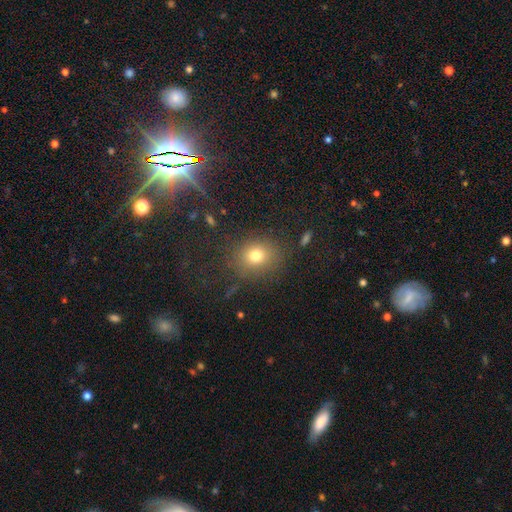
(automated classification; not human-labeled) smooth-or-featured: smooth: 76% | star or artifact: 15% | featured or disk: 9%
  how-rounded: round: 68% | in between: 31% | cigar-shaped: 1%
  merging: none: 81% | minor disturbance: 11% | major disturbance: 6% | merger: 2%